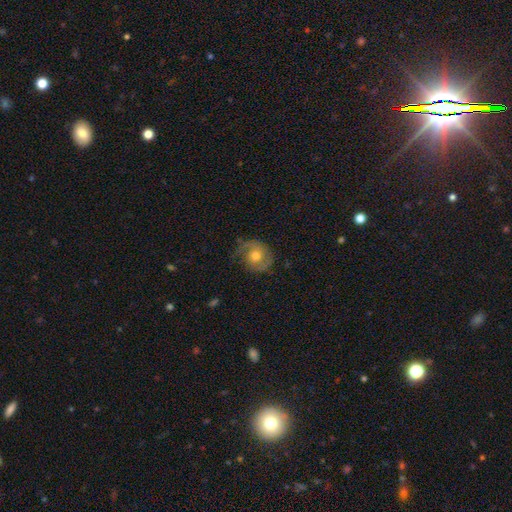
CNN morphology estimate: type=featured or disk (57%); edge-on=no (97%); bar=no (77%); spiral arms=yes (81%); bulge=moderate (71%); merging=none (64%).